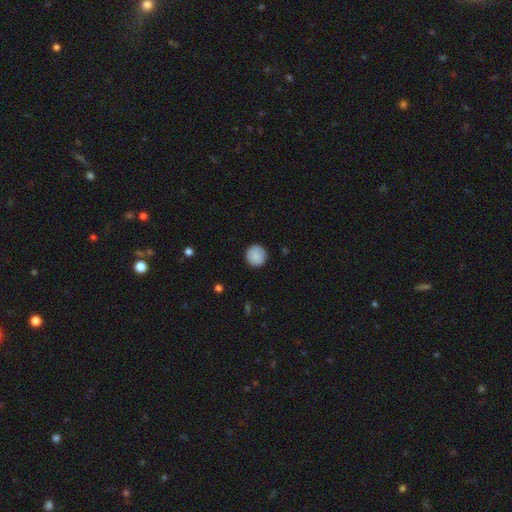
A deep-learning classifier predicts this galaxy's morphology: Overall: smooth (89%). How rounded: round (95%). Merging: none (91%).